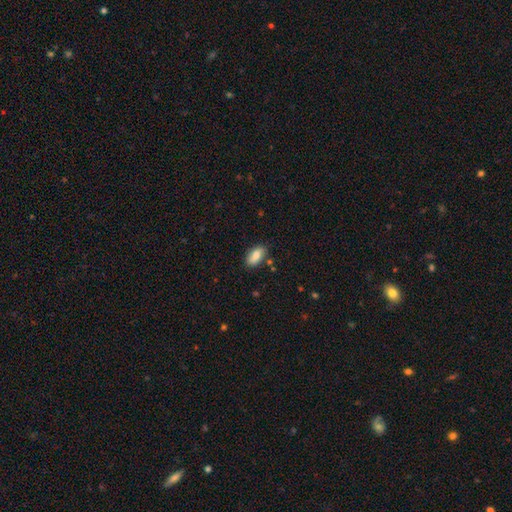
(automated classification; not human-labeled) Smooth or featured?
  - smooth: 83% *
  - featured or disk: 10%
  - star or artifact: 7%
How rounded?
  - in between: 92% *
  - cigar-shaped: 5%
  - round: 4%
Merging?
  - none: 80% *
  - minor disturbance: 15%
  - major disturbance: 3%
  - merger: 3%